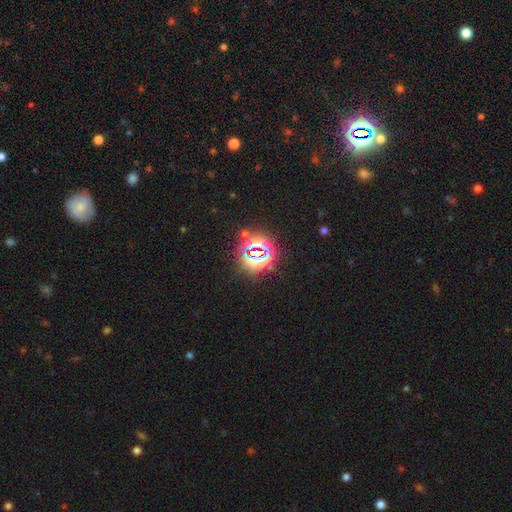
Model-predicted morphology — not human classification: This is likely a star or artifact rather than a galaxy (72%).